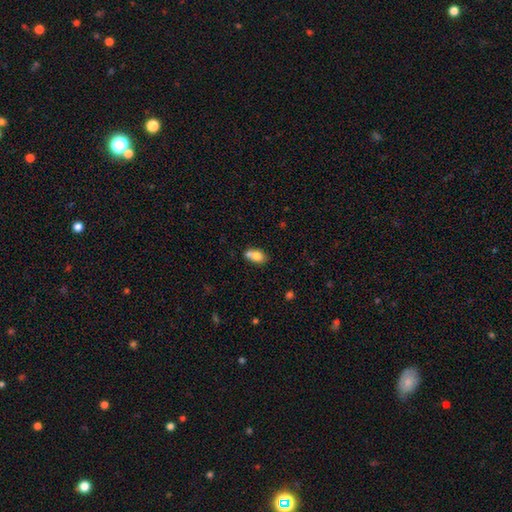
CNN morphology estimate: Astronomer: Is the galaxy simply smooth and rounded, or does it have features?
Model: smooth — 77%.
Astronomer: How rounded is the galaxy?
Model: in between — 77%.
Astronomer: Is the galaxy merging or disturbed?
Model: merger — 43% (runner-up: none, 40%).